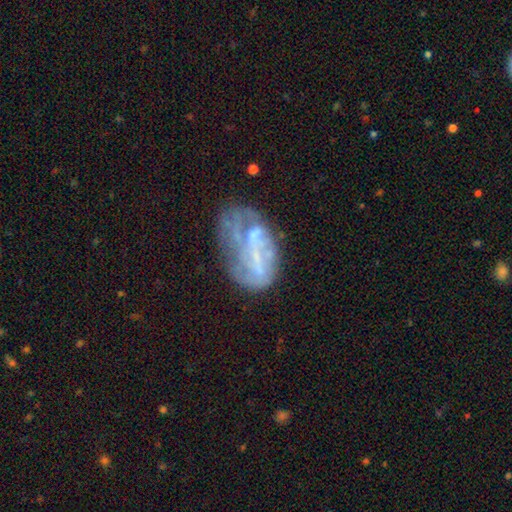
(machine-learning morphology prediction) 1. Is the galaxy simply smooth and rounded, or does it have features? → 62% featured or disk, 26% smooth, 12% star or artifact.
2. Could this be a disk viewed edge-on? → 96% no, 4% yes.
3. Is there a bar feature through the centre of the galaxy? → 60% no, 27% weak, 13% strong.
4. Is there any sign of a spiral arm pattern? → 66% no, 34% yes.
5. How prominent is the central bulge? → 53% none, 32% small, 12% moderate, 2% large, 1% dominant.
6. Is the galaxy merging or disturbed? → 39% none, 28% major disturbance, 25% minor disturbance, 8% merger.